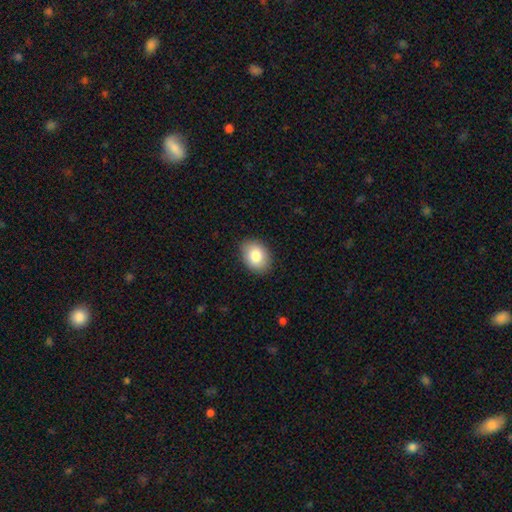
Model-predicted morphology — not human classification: Smooth or featured: smooth — 83% (featured or disk — 9%)
How rounded: in between — 71% (round — 28%)
Merging: none — 87% (minor disturbance — 10%)